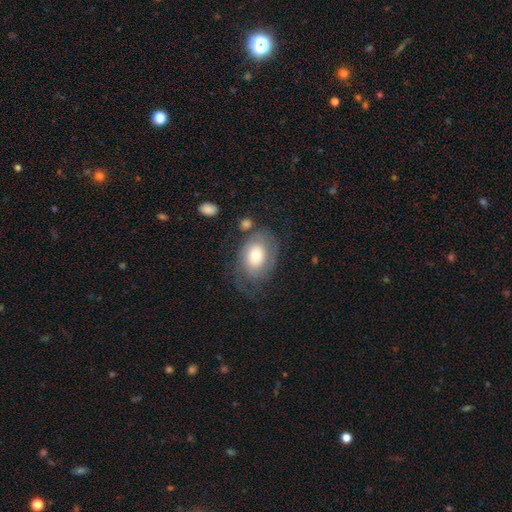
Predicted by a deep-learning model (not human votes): smooth-or-featured: featured or disk: 47% | smooth: 45% | star or artifact: 8%
  merging: none: 56% | minor disturbance: 23% | major disturbance: 17% | merger: 5%